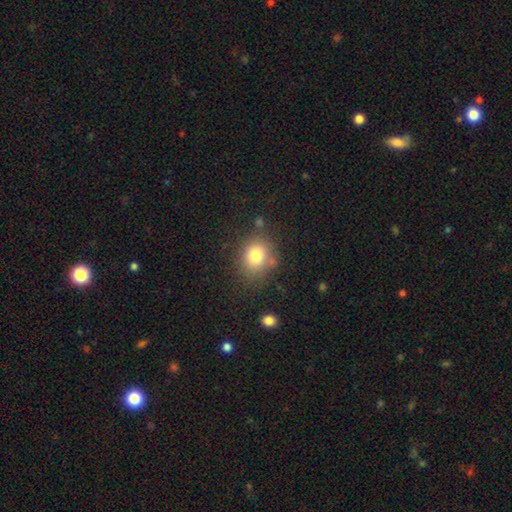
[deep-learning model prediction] A smooth galaxy with no disk features (78%) that is round (65%).

Vote fractions:
- Smooth or featured? smooth: 78% / star or artifact: 12% / featured or disk: 10%
- How rounded? round: 65% / in between: 34% / cigar-shaped: 1%
- Merging? none: 74% / minor disturbance: 15% / major disturbance: 5% / merger: 5%